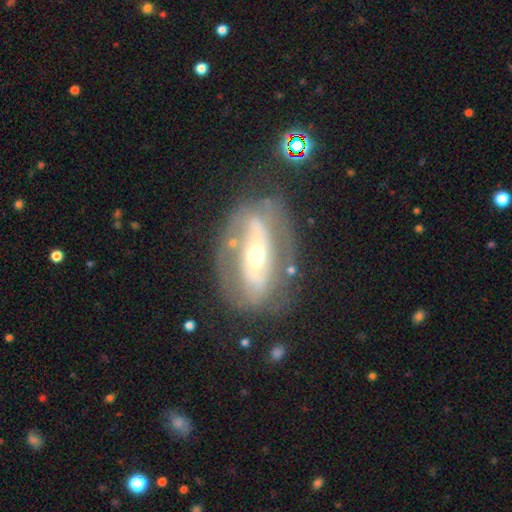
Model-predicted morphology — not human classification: Smooth or featured? featured or disk (77%)
Edge-on disk? no (88%)
Bar? strong (50%)
Spiral arms? yes (56%)
Bulge size? moderate (51%)
Merging? none (71%)